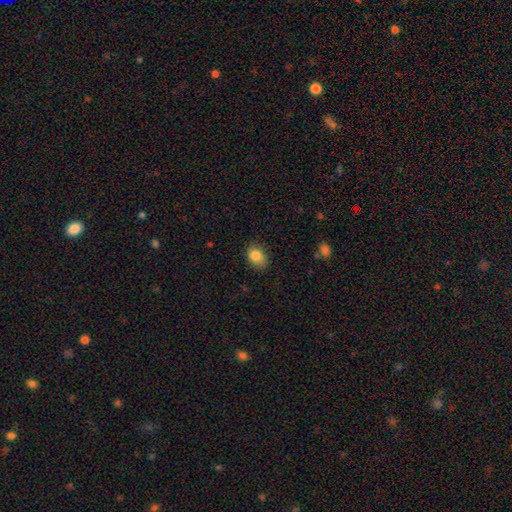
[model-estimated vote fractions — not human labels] smooth 84%, star or artifact 9%, featured or disk 7%. Down the decision tree: how rounded — in between (67%); merging — none (80%).